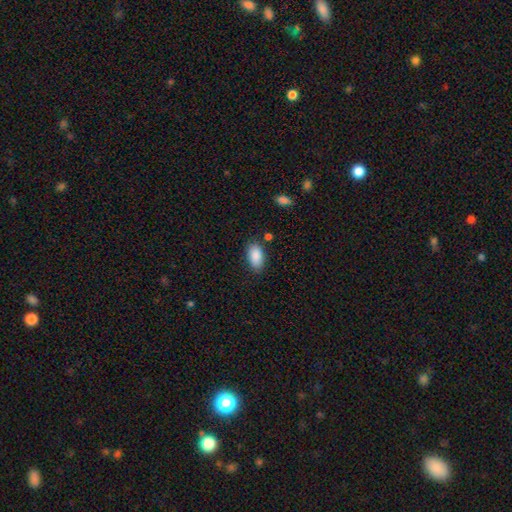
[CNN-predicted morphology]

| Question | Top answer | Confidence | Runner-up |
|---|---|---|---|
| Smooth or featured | smooth | 88% | star or artifact (7%) |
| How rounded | in between | 93% | round (4%) |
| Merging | none | 79% | minor disturbance (14%) |